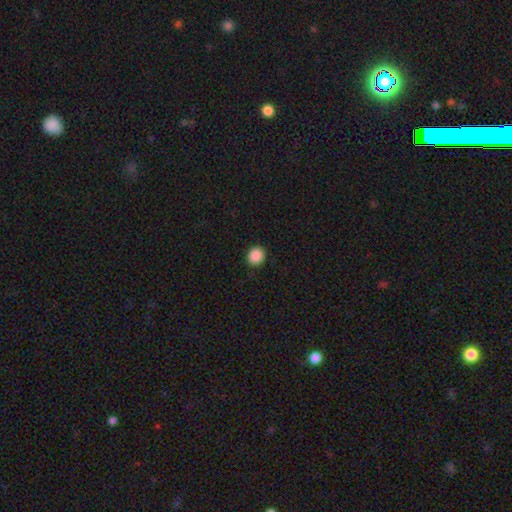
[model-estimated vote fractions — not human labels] Morphology: type=smooth (89%); roundness=round (81%); merging=none (92%).